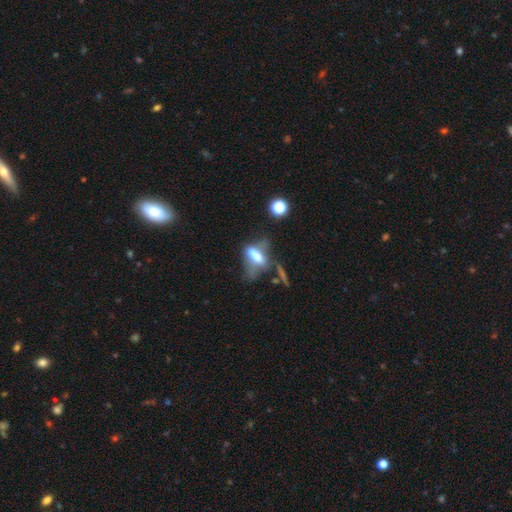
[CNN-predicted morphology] A smooth galaxy with no disk features (45%). Merging: major disturbance (29%, tied with merger).